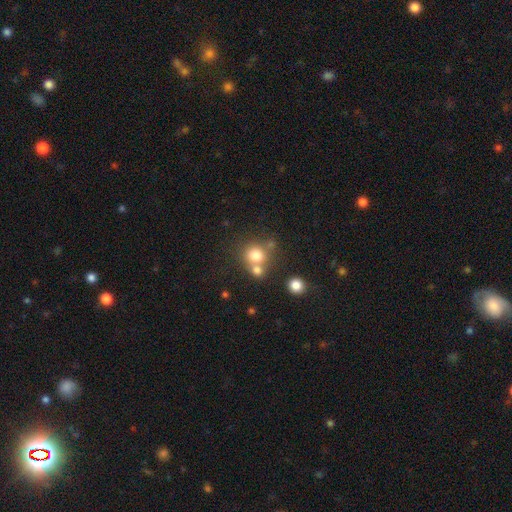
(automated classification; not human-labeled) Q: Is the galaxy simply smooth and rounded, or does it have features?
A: smooth — 76%.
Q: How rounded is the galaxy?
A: round — 84%.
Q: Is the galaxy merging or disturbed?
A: none — 48%.